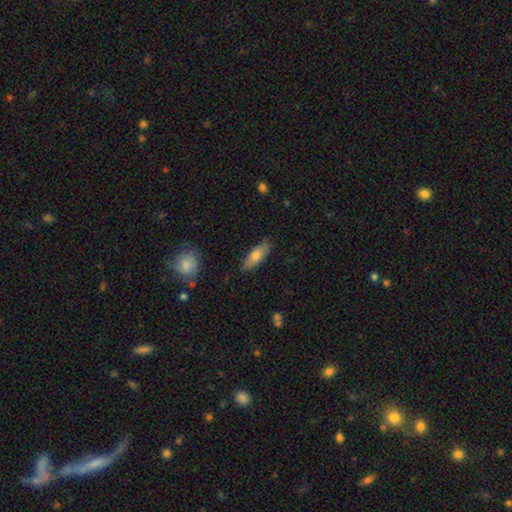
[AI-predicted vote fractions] This is likely a smooth galaxy (73%). How rounded: likely in between (65%). Merging: clearly none (82%).